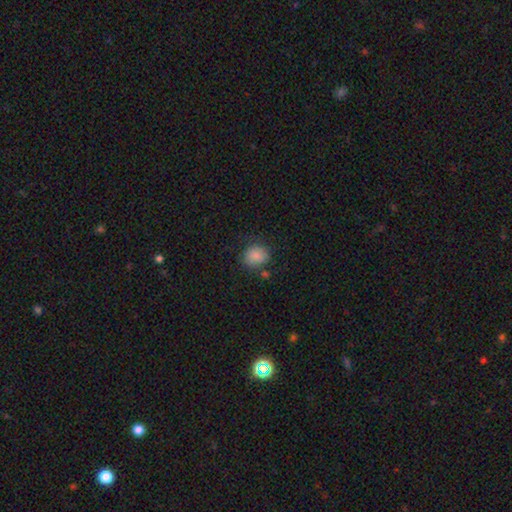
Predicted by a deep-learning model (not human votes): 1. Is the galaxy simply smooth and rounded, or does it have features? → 84% smooth, 9% star or artifact, 6% featured or disk.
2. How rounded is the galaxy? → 65% round, 34% in between, 1% cigar-shaped.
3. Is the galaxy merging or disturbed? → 75% none, 14% minor disturbance, 6% merger, 4% major disturbance.